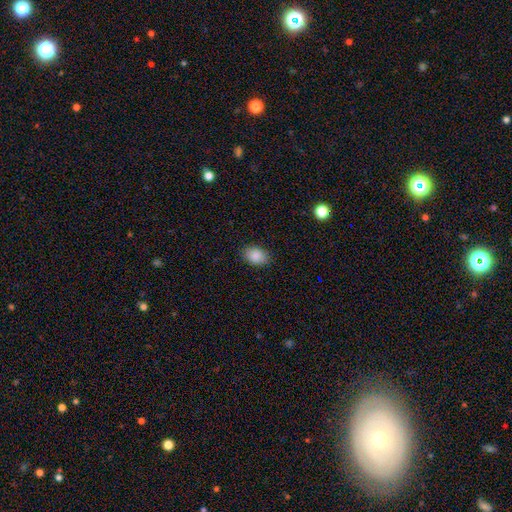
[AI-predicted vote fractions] Smooth or featured? smooth (88%)
How rounded? in between (82%)
Merging? none (88%)